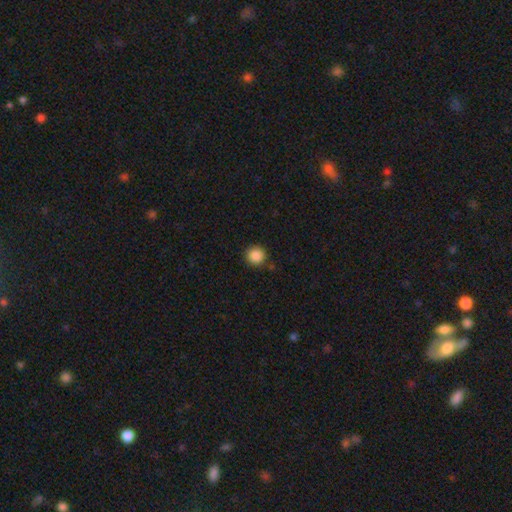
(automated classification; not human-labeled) smooth_or_featured: smooth (p=0.87) [alt: star or artifact p=0.10]
how_rounded: round (p=0.95) [alt: in between p=0.04]
merging: none (p=0.88) [alt: minor disturbance p=0.07]